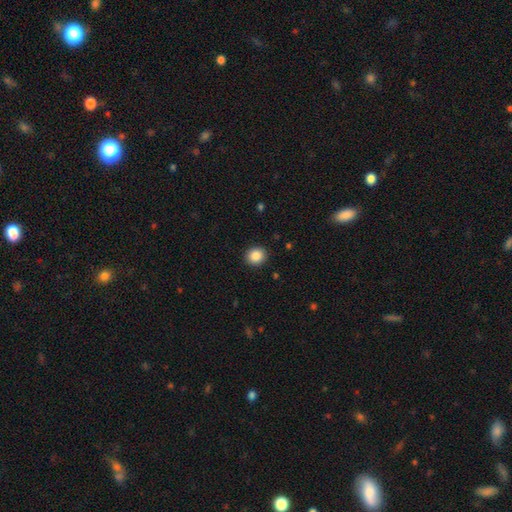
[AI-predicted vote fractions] A smooth galaxy with no disk features (87%) that is round (83%).

Vote fractions:
- Smooth or featured? smooth: 87% / star or artifact: 9% / featured or disk: 4%
- How rounded? round: 83% / in between: 16% / cigar-shaped: 1%
- Merging? none: 91% / minor disturbance: 6% / major disturbance: 2% / merger: 1%